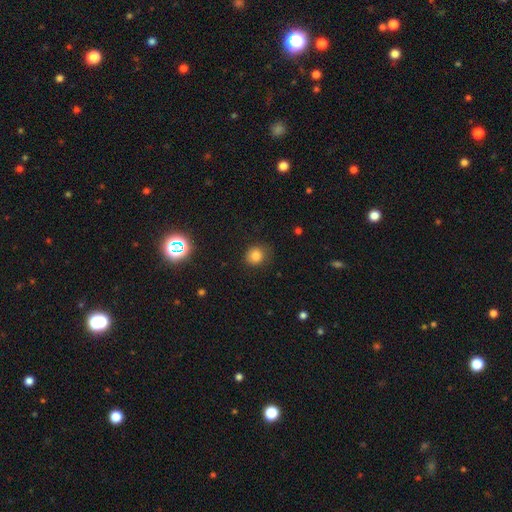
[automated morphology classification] smooth_or_featured: smooth (p=0.81) [alt: star or artifact p=0.13]
how_rounded: round (p=0.80) [alt: in between p=0.20]
merging: none (p=0.77) [alt: minor disturbance p=0.17]